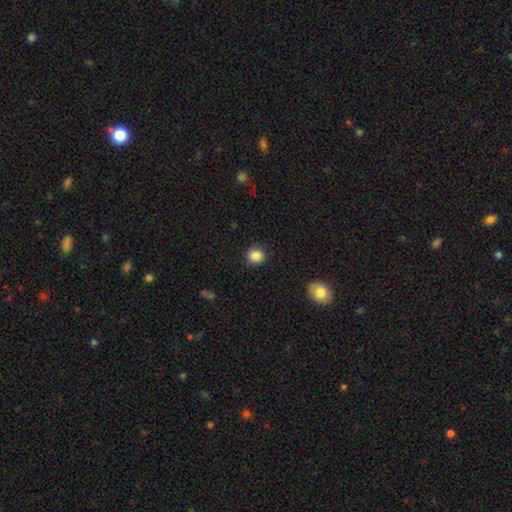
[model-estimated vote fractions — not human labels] Smooth or featured? Predicted: smooth (p=0.87). How rounded? Predicted: round (p=0.87). Merging? Predicted: none (p=0.89).